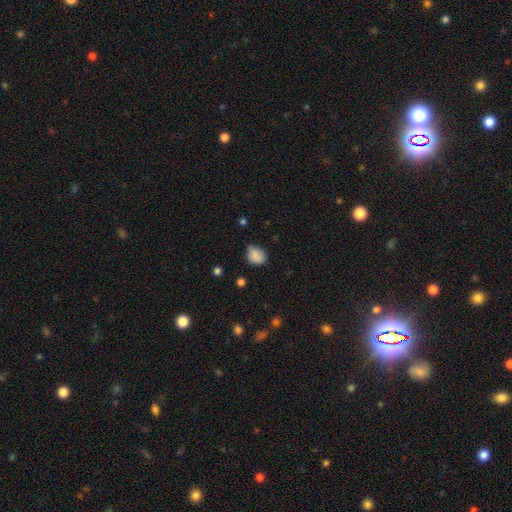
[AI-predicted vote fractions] smooth 85%, star or artifact 9%, featured or disk 6%. Down the decision tree: how rounded — in between (53%); merging — none (61%).